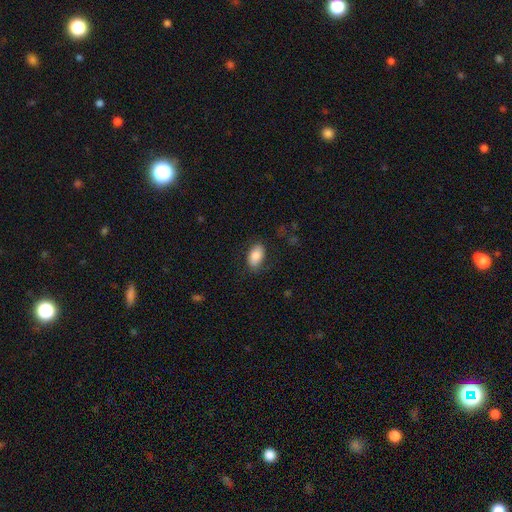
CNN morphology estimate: A smooth galaxy with no disk features (85%) that is in between round and cigar-shaped (92%). Merging: none (79%).